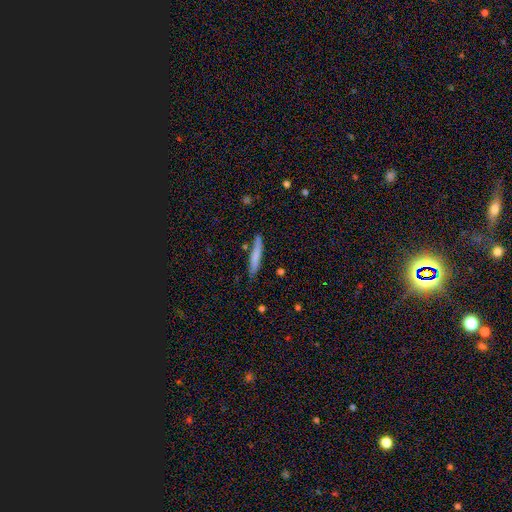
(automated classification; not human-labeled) Q: Smooth or featured?
A: smooth (74%); runner-up: featured or disk (20%)
Q: How rounded?
A: cigar-shaped (92%); runner-up: in between (6%)
Q: Merging?
A: none (78%); runner-up: minor disturbance (16%)